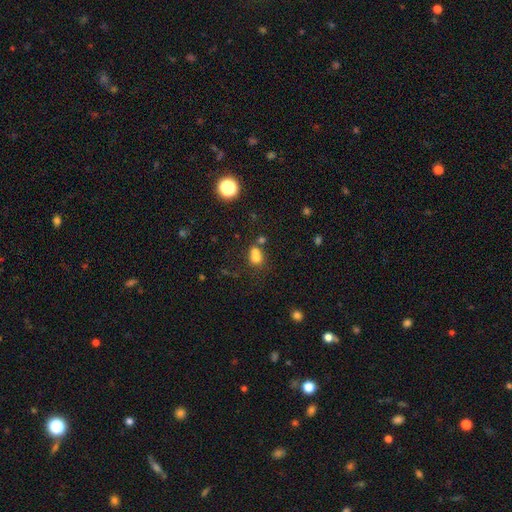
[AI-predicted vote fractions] smooth 70%, star or artifact 16%, featured or disk 14%. Down the decision tree: how rounded — round (58%); merging — merger (54%).